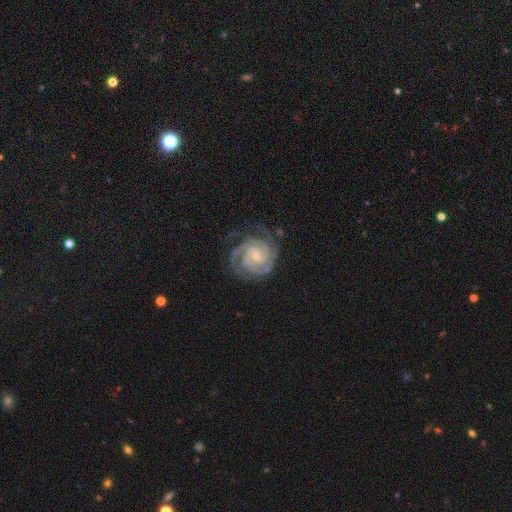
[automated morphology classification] Smooth or featured: featured or disk — 92% (star or artifact — 4%)
Edge-on disk: no — 98% (yes — 2%)
Bar: no — 57% (weak — 32%)
Spiral arms: yes — 99% (no — 1%)
Spiral winding: tight — 78% (medium — 20%)
Spiral arm count: 3 — 38% (2 — 23%)
Bulge size: small — 74% (moderate — 22%)
Merging: none — 75% (minor disturbance — 17%)